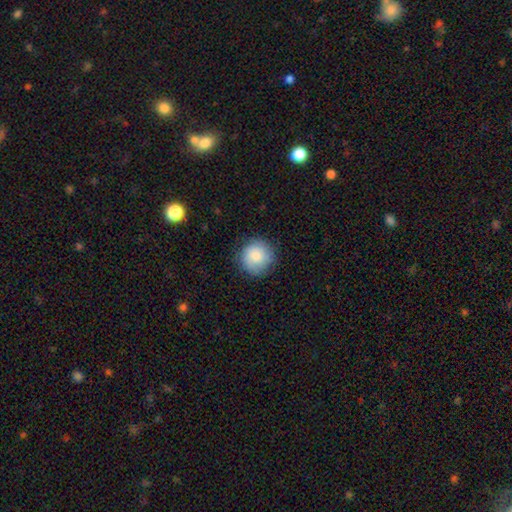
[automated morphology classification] type=smooth (84%); roundness=round (94%); merging=none (84%).